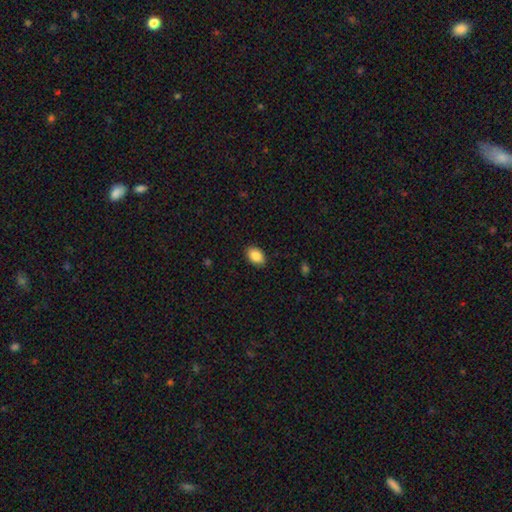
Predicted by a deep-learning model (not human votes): The model was most divided on "how rounded": in between: 84%, round: 15%, cigar-shaped: 1%. More confident: merging — none (89%); smooth or featured — smooth (87%).